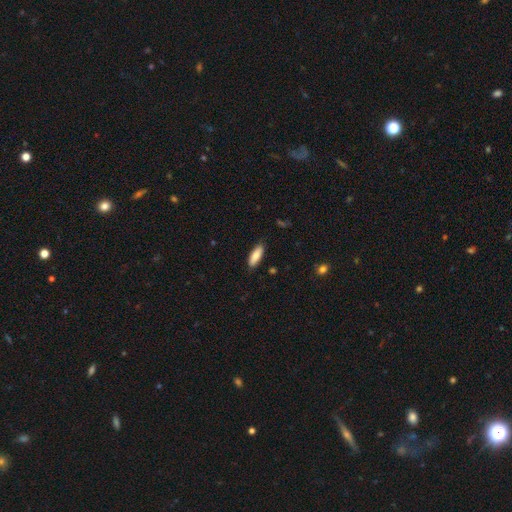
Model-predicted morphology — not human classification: Smooth or featured?
  - smooth: 84% *
  - featured or disk: 10%
  - star or artifact: 6%
How rounded?
  - in between: 61% *
  - cigar-shaped: 37%
  - round: 2%
Merging?
  - none: 86% *
  - minor disturbance: 11%
  - major disturbance: 2%
  - merger: 1%